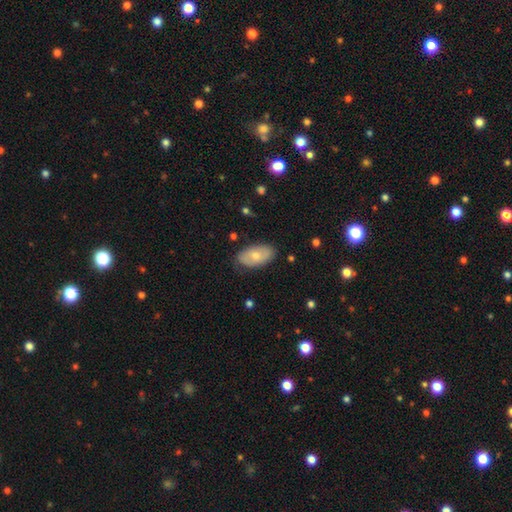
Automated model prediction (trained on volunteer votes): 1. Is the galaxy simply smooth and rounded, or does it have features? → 61% smooth, 32% featured or disk, 6% star or artifact.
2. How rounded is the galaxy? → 94% in between, 4% round, 2% cigar-shaped.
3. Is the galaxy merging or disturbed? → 78% none, 18% minor disturbance, 3% major disturbance, 1% merger.